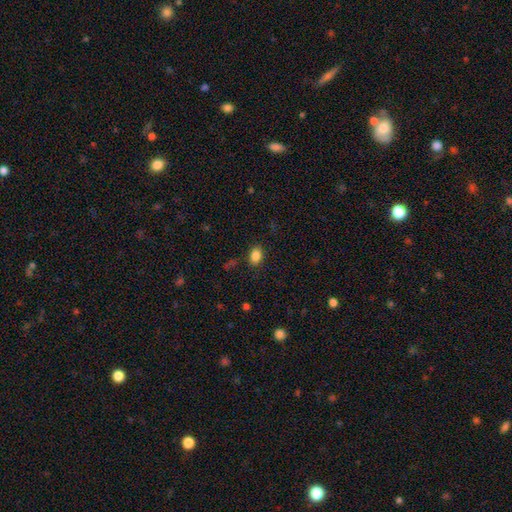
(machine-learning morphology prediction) Overall: smooth (85%). How rounded: in between (73%). Merging: none (85%).